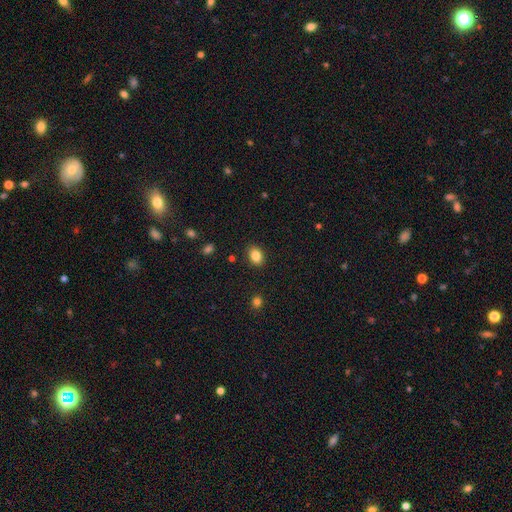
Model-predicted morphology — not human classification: Overall: smooth (85%). How rounded: in between (66%; round 33%). Merging: none (88%).